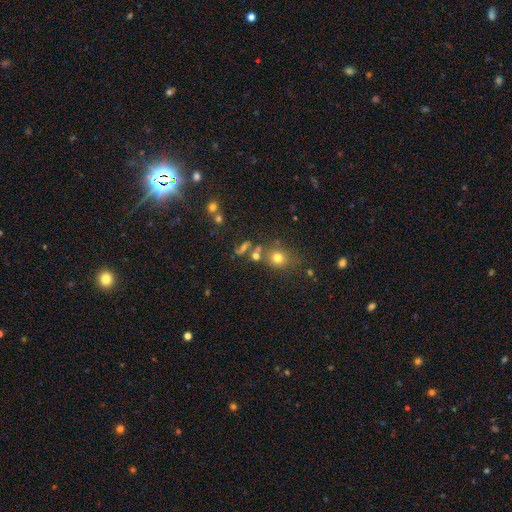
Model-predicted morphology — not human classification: smooth_or_featured: smooth (p=0.60) [alt: star or artifact p=0.21]
how_rounded: round (p=0.53) [alt: in between p=0.41]
merging: none (p=0.56) [alt: merger p=0.24]